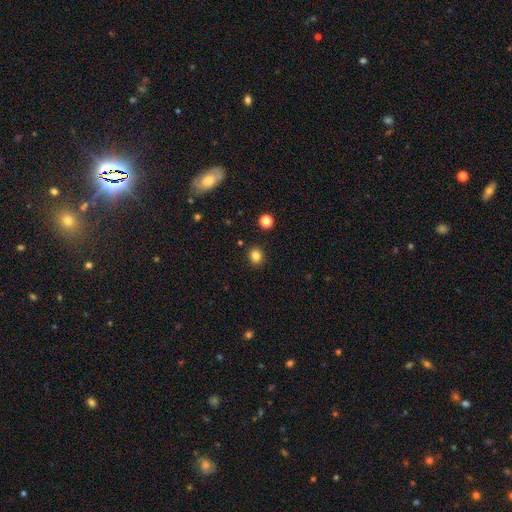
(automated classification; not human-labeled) Smooth or featured? Predicted: smooth (p=0.82). How rounded? Predicted: round (p=0.77). Merging? Predicted: none (p=0.89).